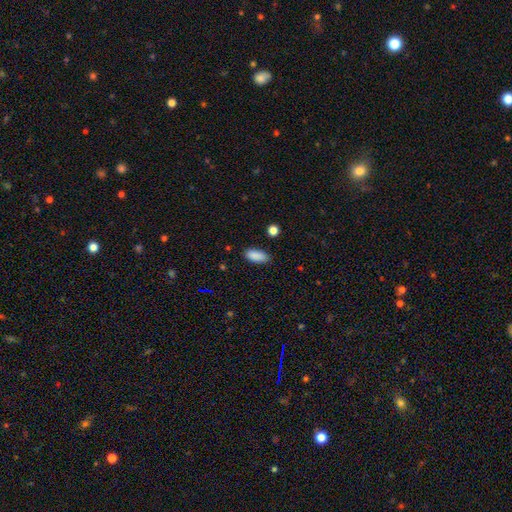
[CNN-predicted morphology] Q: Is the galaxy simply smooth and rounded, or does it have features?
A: smooth — 89%.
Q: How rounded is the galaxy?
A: in between — 86%.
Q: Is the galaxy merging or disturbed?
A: none — 83%.